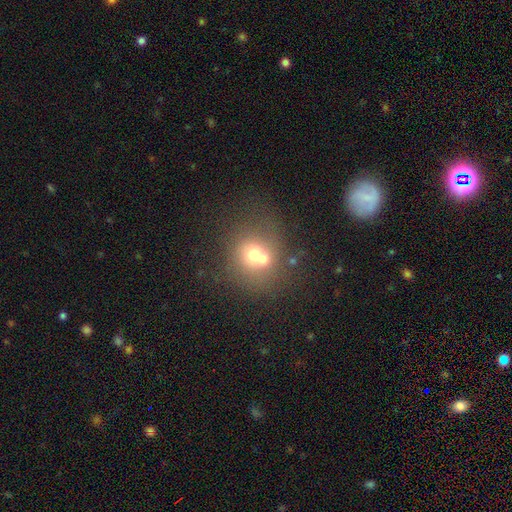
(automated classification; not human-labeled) A smooth galaxy with no disk features (63%) that is round (83%).

Vote fractions:
- Smooth or featured? smooth: 63% / featured or disk: 23% / star or artifact: 14%
- How rounded? round: 83% / in between: 16% / cigar-shaped: 1%
- Merging? merger: 51% / none: 36% / minor disturbance: 8% / major disturbance: 5%